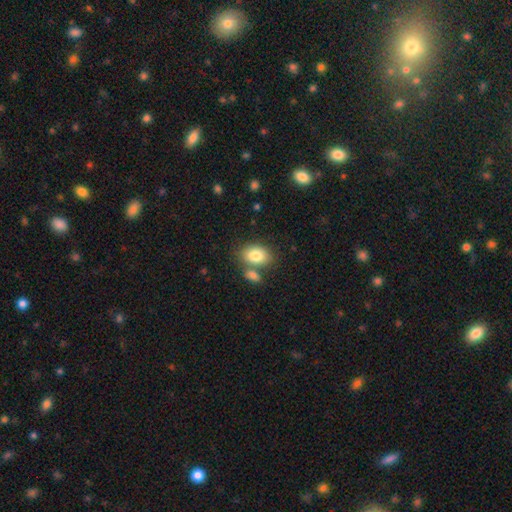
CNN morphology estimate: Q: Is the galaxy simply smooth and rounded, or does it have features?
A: smooth — 82%.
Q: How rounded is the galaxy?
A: in between — 82%.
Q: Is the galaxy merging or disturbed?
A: none — 59%.